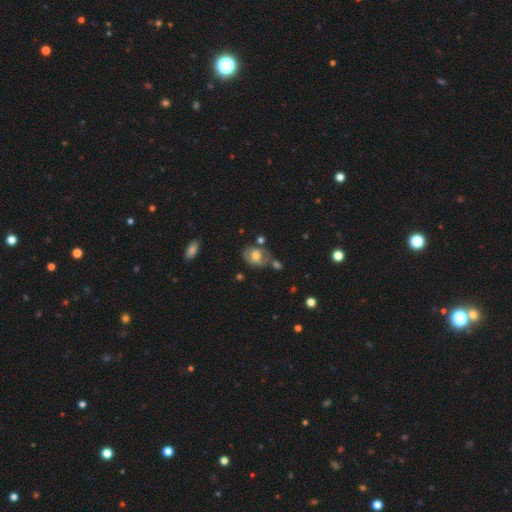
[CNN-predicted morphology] smooth-or-featured: smooth: 47% | featured or disk: 45% | star or artifact: 9%
  merging: none: 49% | minor disturbance: 24% | merger: 16% | major disturbance: 11%